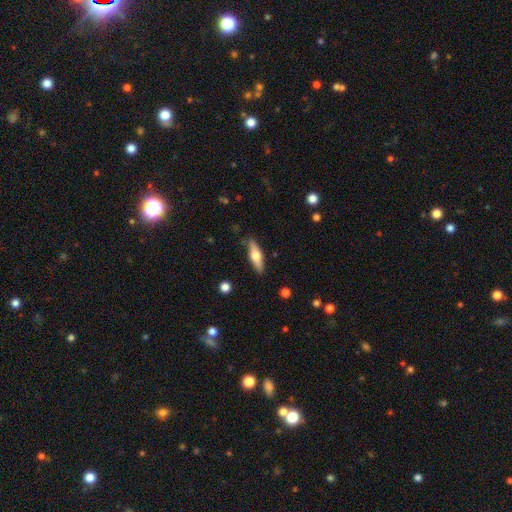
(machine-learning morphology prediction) Smooth or featured: smooth — 48% (featured or disk — 46%)
Merging: none — 85% (minor disturbance — 11%)